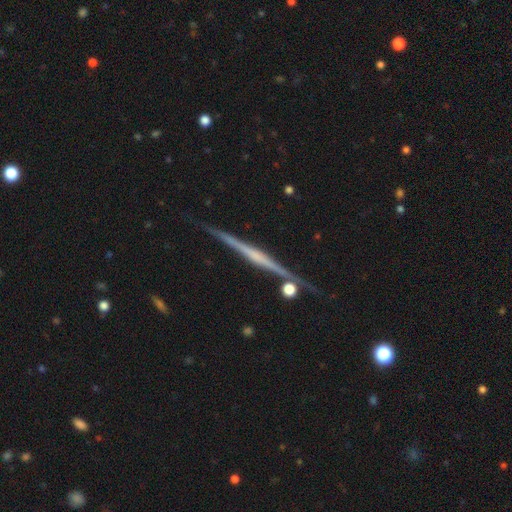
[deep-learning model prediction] Overall: featured or disk (80%). Edge-on disk: yes (98%). Edge-on bulge: none (49%; rounded 35%). Merging: none (87%).